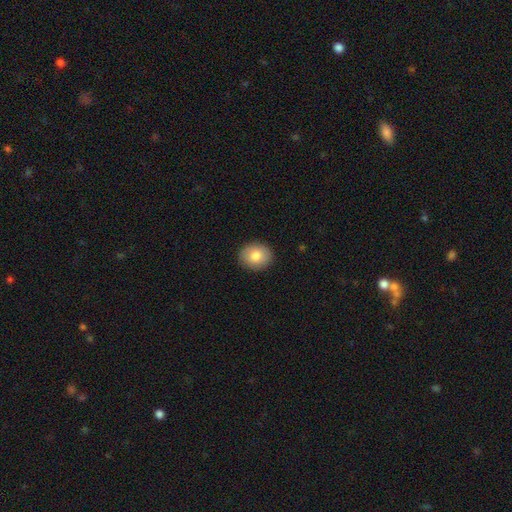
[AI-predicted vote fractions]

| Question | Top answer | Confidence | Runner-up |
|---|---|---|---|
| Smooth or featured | smooth | 82% | featured or disk (10%) |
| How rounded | round | 59% | in between (40%) |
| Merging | none | 90% | minor disturbance (7%) |